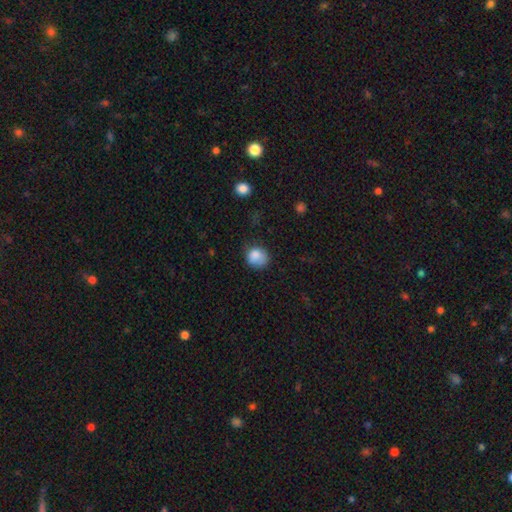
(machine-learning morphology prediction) The model was most divided on "merging": none: 59%, minor disturbance: 28%, major disturbance: 10%, merger: 2%. More confident: smooth or featured — smooth (84%); how rounded — round (77%).